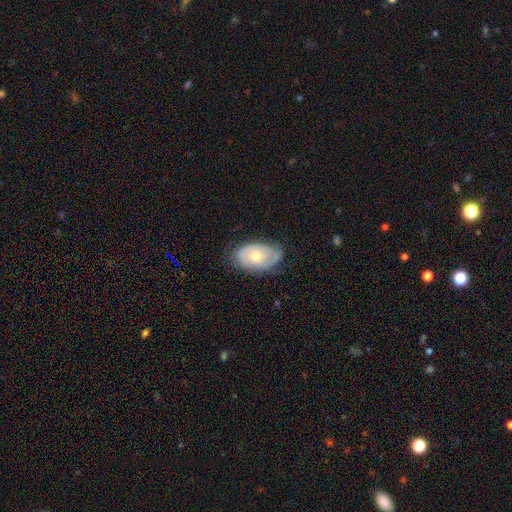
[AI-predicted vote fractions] featured or disk 62%, smooth 32%, star or artifact 6%. Down the decision tree: edge-on disk — no (94%); bar — no (81%); spiral arms — yes (74%); bulge size — moderate (61%); merging — none (64%).